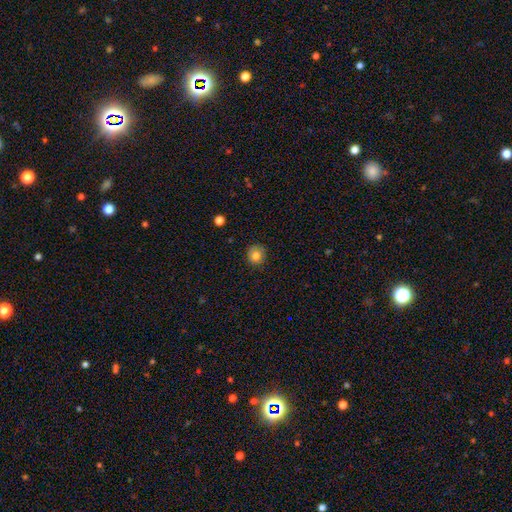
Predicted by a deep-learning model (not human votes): Smooth or featured: smooth — 81% (star or artifact — 11%)
How rounded: round — 87% (in between — 12%)
Merging: none — 85% (minor disturbance — 12%)